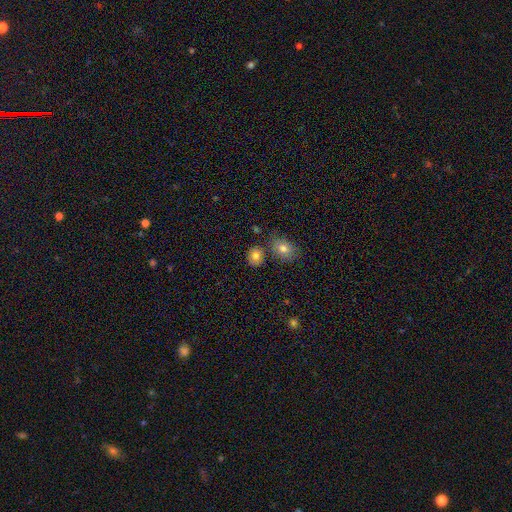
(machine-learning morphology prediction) Overall: smooth (80%). How rounded: round (67%; in between 32%). Merging: none (73%).